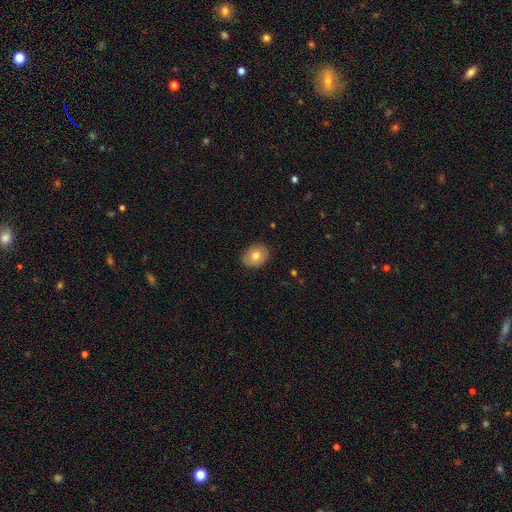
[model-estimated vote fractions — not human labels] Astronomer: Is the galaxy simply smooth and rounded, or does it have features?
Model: smooth — 72%.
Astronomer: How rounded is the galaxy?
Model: in between — 62%.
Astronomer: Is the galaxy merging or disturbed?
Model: none — 86%.